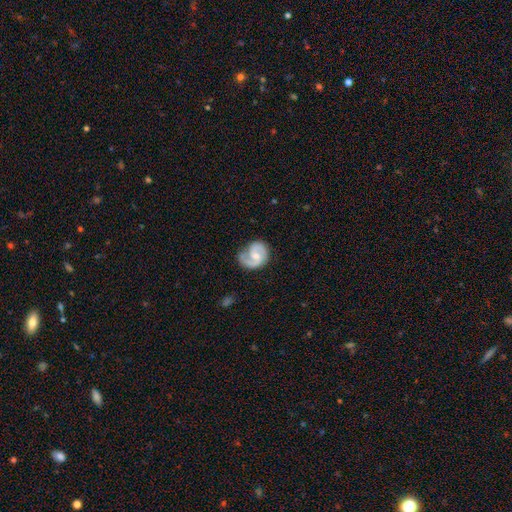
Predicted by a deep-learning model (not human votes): featured or disk 81%, smooth 14%, star or artifact 5%. Down the decision tree: edge-on disk — no (98%); bar — no (49%); spiral arms — yes (95%); spiral arm count — 2 (75%); spiral winding — medium (49%); bulge size — moderate (52%); merging — none (63%).